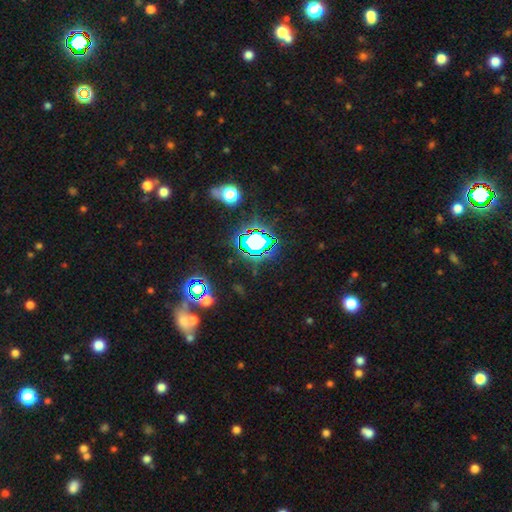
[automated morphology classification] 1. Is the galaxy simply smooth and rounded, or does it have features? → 69% star or artifact, 18% smooth, 13% featured or disk.